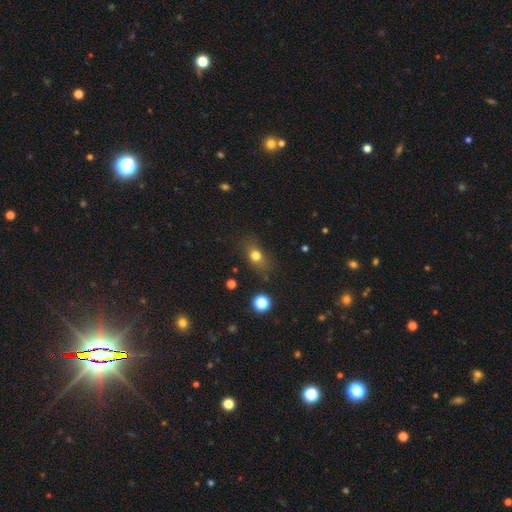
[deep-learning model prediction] Smooth or featured? Predicted: smooth (p=0.72). How rounded? Predicted: in between (p=0.59). Merging? Predicted: none (p=0.75).